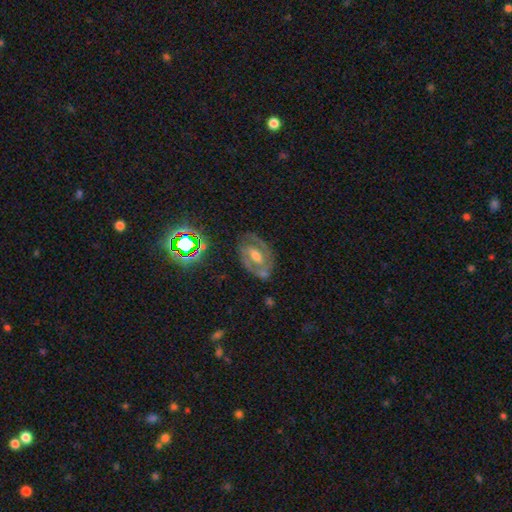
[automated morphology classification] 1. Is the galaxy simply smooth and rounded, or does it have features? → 76% featured or disk, 14% smooth, 11% star or artifact.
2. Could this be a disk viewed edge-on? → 96% no, 4% yes.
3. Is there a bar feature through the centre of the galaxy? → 42% weak, 31% strong, 27% no.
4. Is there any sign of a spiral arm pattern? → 81% yes, 19% no.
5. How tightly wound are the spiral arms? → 44% medium (tied), 44% tight (tied), 11% loose.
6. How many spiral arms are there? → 79% 2, 12% can't tell, 5% 1, 2% 3, 1% 4, 1% more than 4.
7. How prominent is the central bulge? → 60% moderate, 27% small, 8% large, 3% none, 1% dominant.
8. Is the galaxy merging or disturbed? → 72% none, 17% minor disturbance, 8% major disturbance, 3% merger.